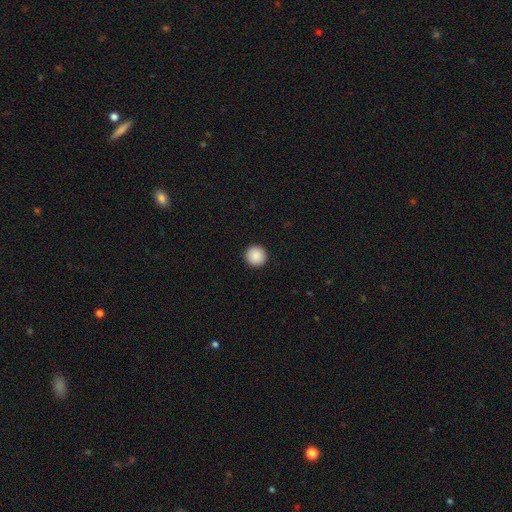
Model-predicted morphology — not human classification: Smooth or featured?
  - smooth: 90% *
  - star or artifact: 8%
  - featured or disk: 3%
How rounded?
  - round: 96% *
  - in between: 3%
  - cigar-shaped: 1%
Merging?
  - none: 94% *
  - minor disturbance: 4%
  - major disturbance: 1%
  - merger: 1%